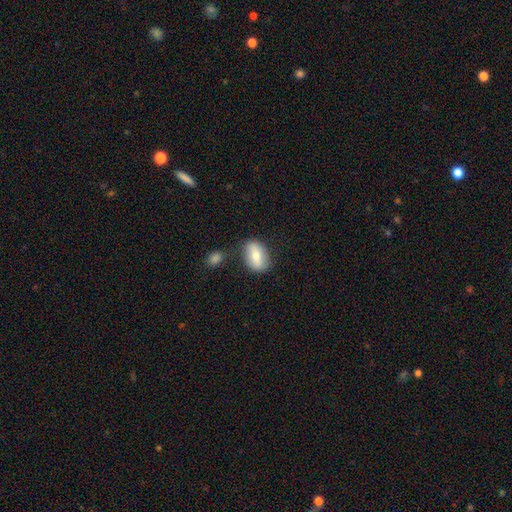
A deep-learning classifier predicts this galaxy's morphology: smooth-or-featured: smooth: 63% | featured or disk: 30% | star or artifact: 7%
  how-rounded: in between: 85% | round: 12% | cigar-shaped: 3%
  merging: none: 75% | minor disturbance: 15% | merger: 6% | major disturbance: 4%